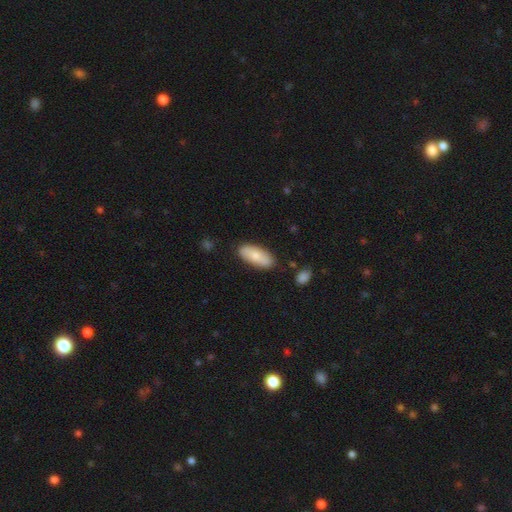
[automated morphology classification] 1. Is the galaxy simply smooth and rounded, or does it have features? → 72% smooth, 22% featured or disk, 6% star or artifact.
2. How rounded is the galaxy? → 85% in between, 13% cigar-shaped, 2% round.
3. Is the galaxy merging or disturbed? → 83% none, 12% minor disturbance, 2% major disturbance, 2% merger.